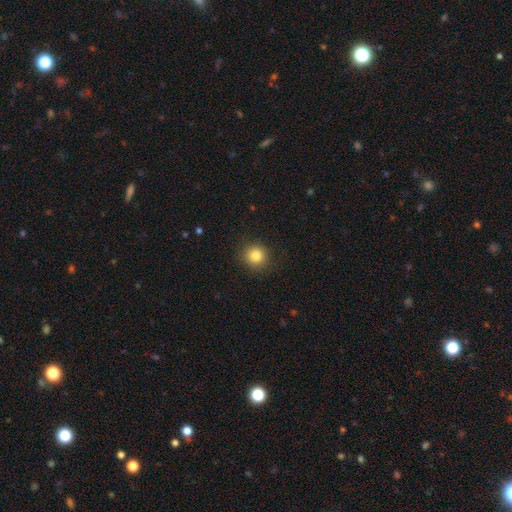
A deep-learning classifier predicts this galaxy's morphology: smooth_or_featured: smooth (p=0.83) [alt: star or artifact p=0.11]
how_rounded: round (p=0.92) [alt: in between p=0.07]
merging: none (p=0.89) [alt: minor disturbance p=0.07]